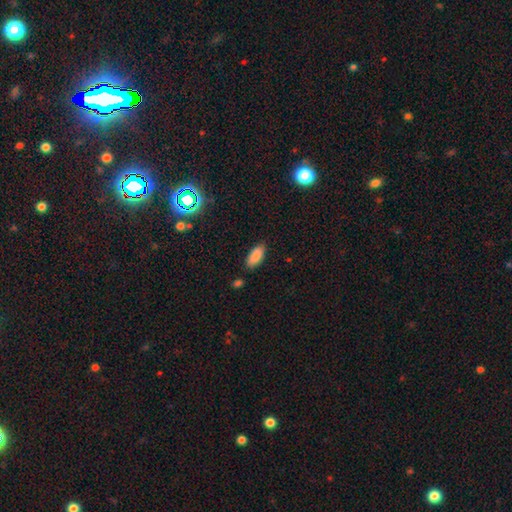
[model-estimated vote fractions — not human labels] Morphology: type=smooth (88%); roundness=in between (85%); merging=none (83%).